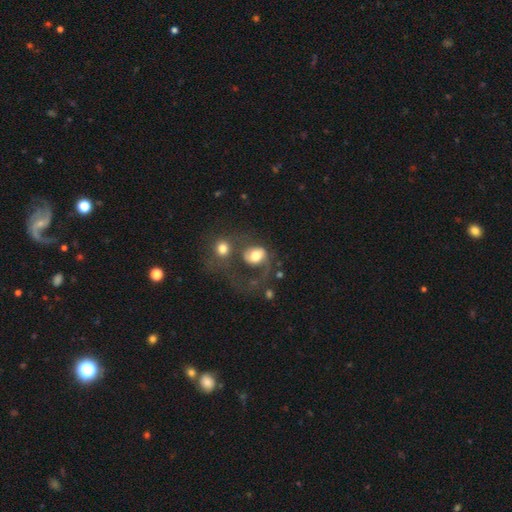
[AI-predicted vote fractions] smooth 46%, featured or disk 45%, star or artifact 8%. Down the decision tree: merging — major disturbance (38%).